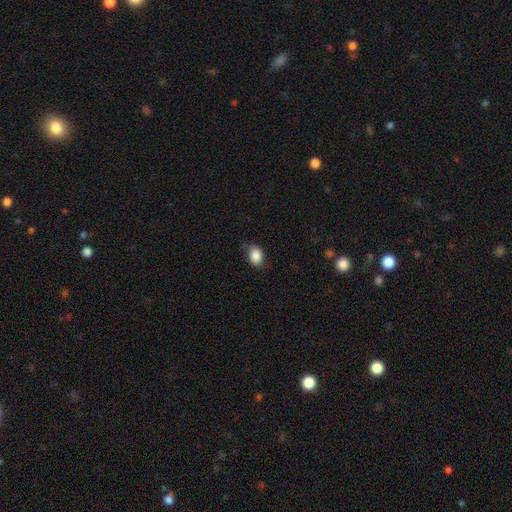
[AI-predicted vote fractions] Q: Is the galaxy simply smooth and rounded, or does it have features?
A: smooth — 87%.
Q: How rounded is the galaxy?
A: in between — 70%.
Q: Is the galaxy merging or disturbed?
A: none — 74%.